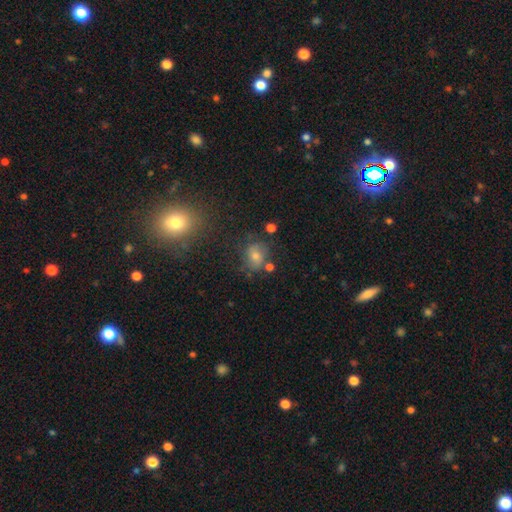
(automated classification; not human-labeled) Smooth or featured: smooth — 48% (featured or disk — 28%)
Merging: none — 67% (minor disturbance — 18%)